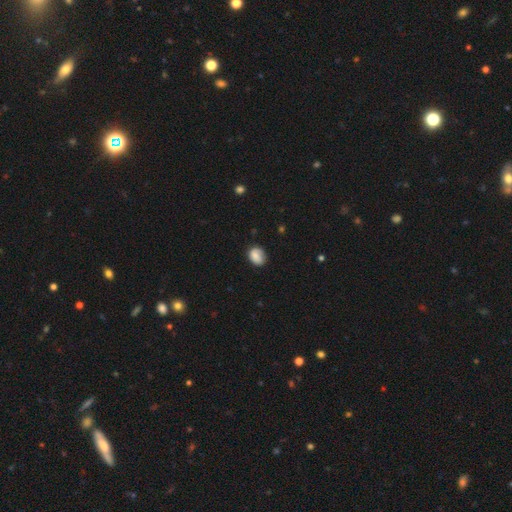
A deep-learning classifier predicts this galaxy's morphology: The model was most divided on "how rounded": in between: 61%, round: 38%, cigar-shaped: 1%. More confident: smooth or featured — smooth (81%); merging — none (70%).